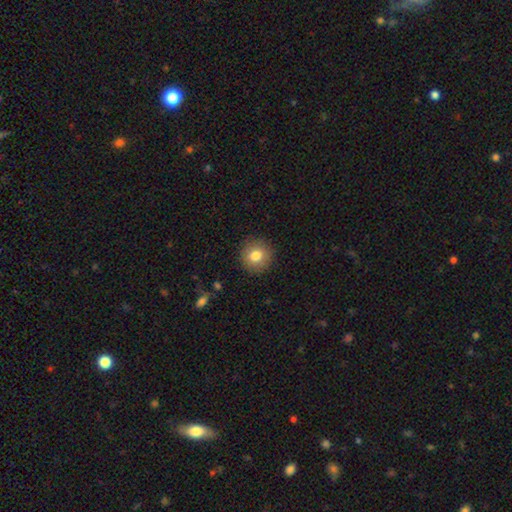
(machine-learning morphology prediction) The model was most divided on "smooth or featured": smooth: 80%, featured or disk: 10%, star or artifact: 10%. More confident: how rounded — round (93%); merging — none (90%).